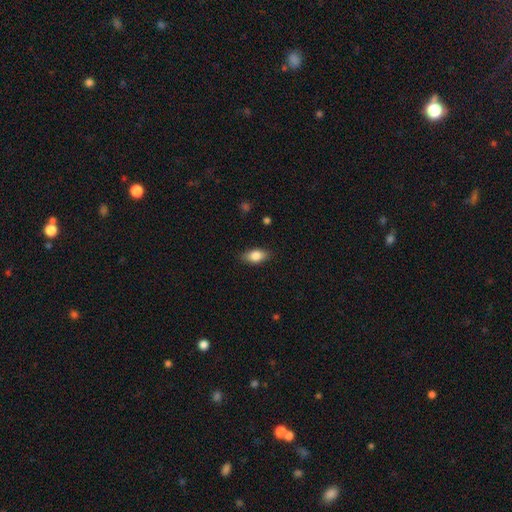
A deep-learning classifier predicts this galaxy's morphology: Smooth or featured?
  - smooth: 83% *
  - featured or disk: 10%
  - star or artifact: 7%
How rounded?
  - in between: 87% *
  - cigar-shaped: 7%
  - round: 6%
Merging?
  - none: 86% *
  - minor disturbance: 11%
  - major disturbance: 2%
  - merger: 1%